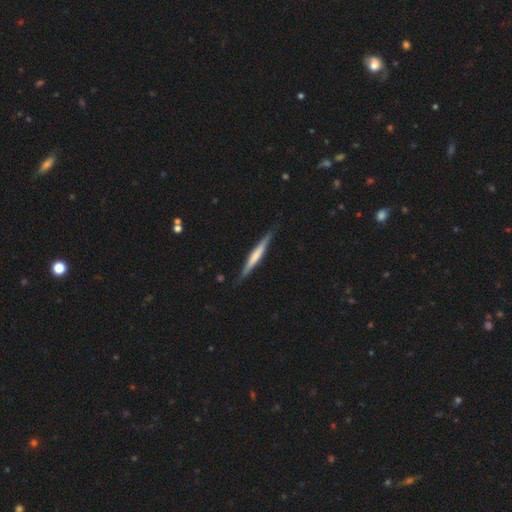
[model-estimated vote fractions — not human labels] smooth_or_featured: featured or disk (p=0.50) [alt: smooth p=0.45]
merging: none (p=0.86) [alt: minor disturbance p=0.11]